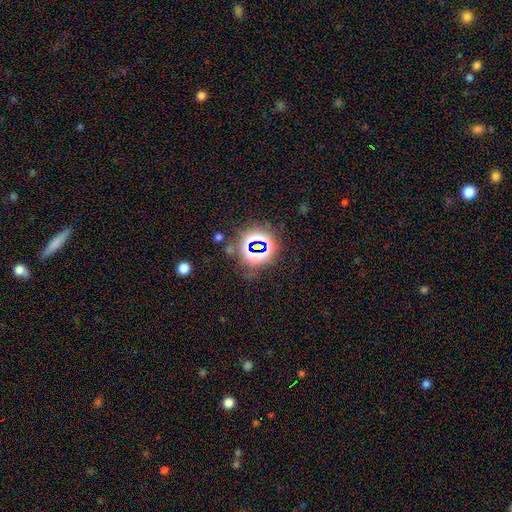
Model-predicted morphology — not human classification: Smooth or featured?
  - star or artifact: 71% *
  - smooth: 19%
  - featured or disk: 9%